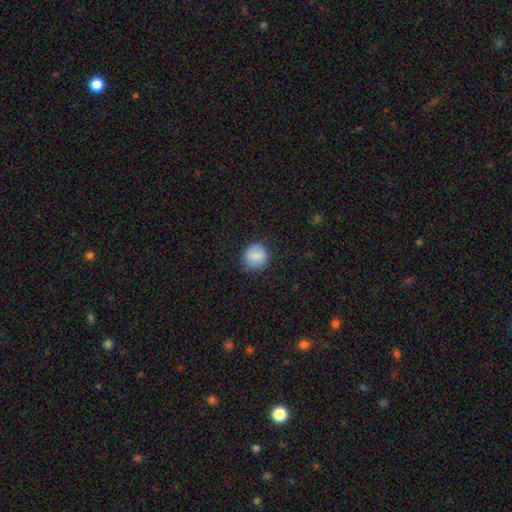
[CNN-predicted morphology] smooth 81%, featured or disk 11%, star or artifact 8%. Down the decision tree: how rounded — round (86%); merging — none (84%).